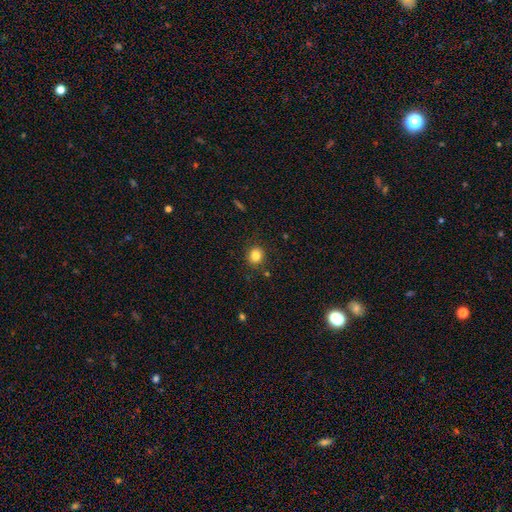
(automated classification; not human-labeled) Overall: smooth (83%). How rounded: round (83%). Merging: none (87%).